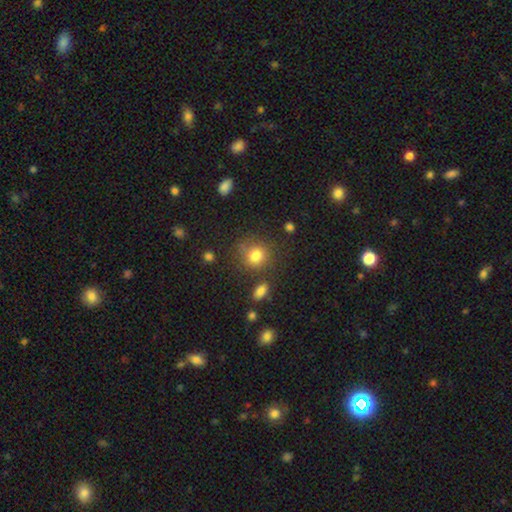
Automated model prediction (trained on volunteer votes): The model was most divided on "merging": none: 72%, minor disturbance: 15%, merger: 7%, major disturbance: 6%. More confident: how rounded — round (82%); smooth or featured — smooth (80%).